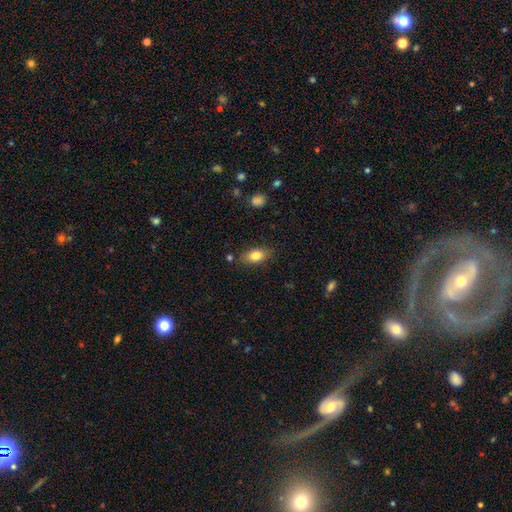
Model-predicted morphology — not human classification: smooth 81%, featured or disk 11%, star or artifact 8%. Down the decision tree: how rounded — in between (86%); merging — none (82%).